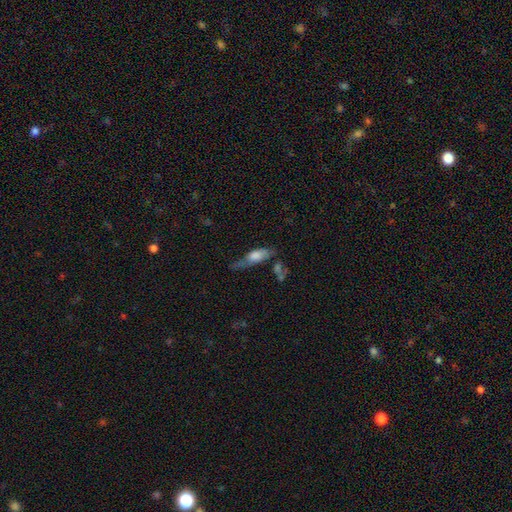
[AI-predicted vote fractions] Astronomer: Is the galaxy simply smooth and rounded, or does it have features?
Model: smooth — 61%.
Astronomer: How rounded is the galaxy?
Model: in between — 56% (runner-up: cigar-shaped, 40%).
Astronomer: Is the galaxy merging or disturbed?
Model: none — 32% (runner-up: minor disturbance, 30%).